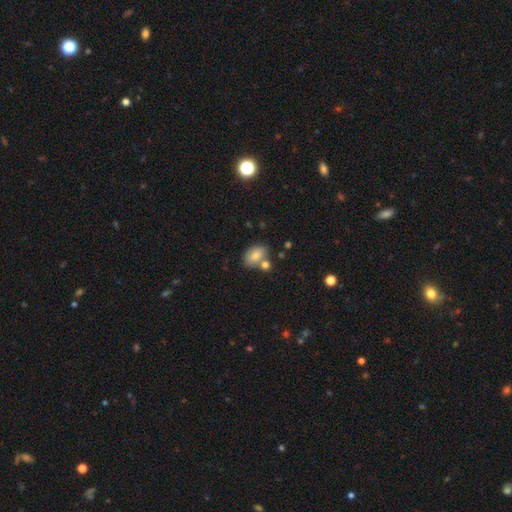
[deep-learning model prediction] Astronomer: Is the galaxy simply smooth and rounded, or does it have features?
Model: smooth — 78%.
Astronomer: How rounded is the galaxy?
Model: in between — 85%.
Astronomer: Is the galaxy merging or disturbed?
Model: none — 60%.